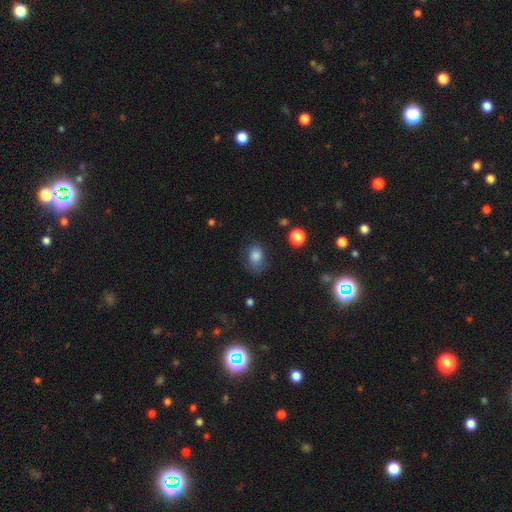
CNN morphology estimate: Q: Smooth or featured?
A: smooth (78%); runner-up: featured or disk (12%)
Q: How rounded?
A: in between (66%); runner-up: round (33%)
Q: Merging?
A: none (53%); runner-up: minor disturbance (27%)